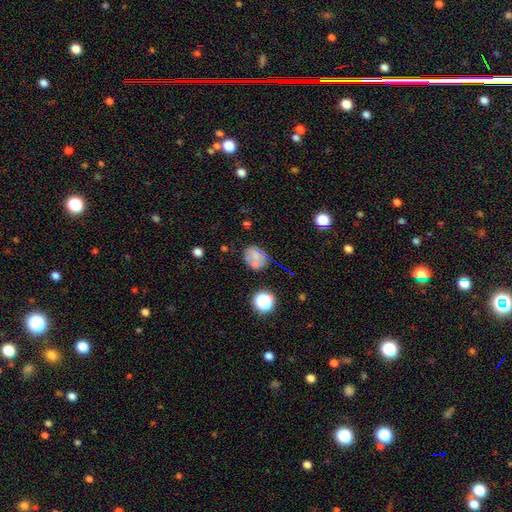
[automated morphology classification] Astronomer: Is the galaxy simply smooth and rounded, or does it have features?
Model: smooth — 57%.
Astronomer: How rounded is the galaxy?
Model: round — 56% (runner-up: in between, 43%).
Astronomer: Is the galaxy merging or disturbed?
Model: none — 53%.